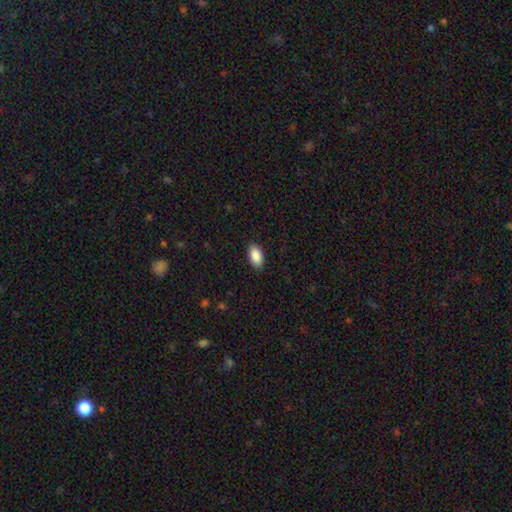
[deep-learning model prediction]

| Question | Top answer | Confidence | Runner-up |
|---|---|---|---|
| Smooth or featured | smooth | 89% | star or artifact (6%) |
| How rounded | in between | 94% | cigar-shaped (3%) |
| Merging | none | 88% | minor disturbance (9%) |